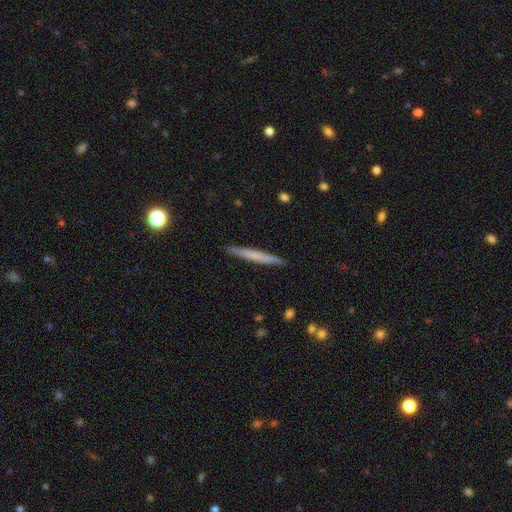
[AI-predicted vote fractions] Morphology: type=smooth (61%); roundness=cigar-shaped (97%); merging=none (90%).